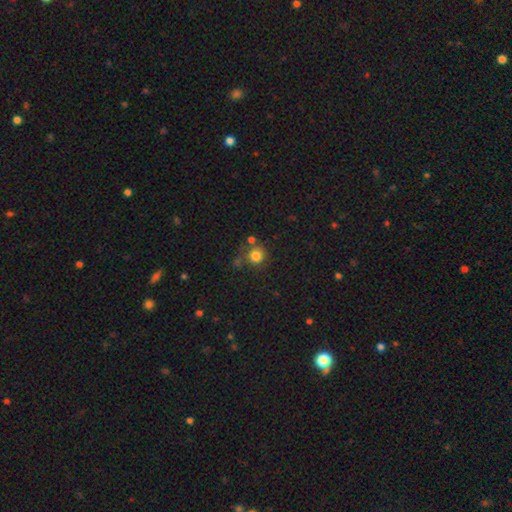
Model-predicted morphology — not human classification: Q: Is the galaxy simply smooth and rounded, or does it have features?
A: smooth — 80%.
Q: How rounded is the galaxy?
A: round — 89%.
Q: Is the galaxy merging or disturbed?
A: none — 62%.